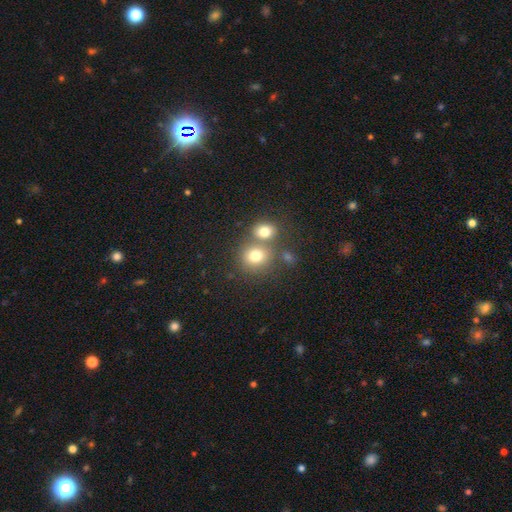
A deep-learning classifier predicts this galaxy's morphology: Overall: smooth (75%). How rounded: round (76%). Merging: none (49%; merger 37%).